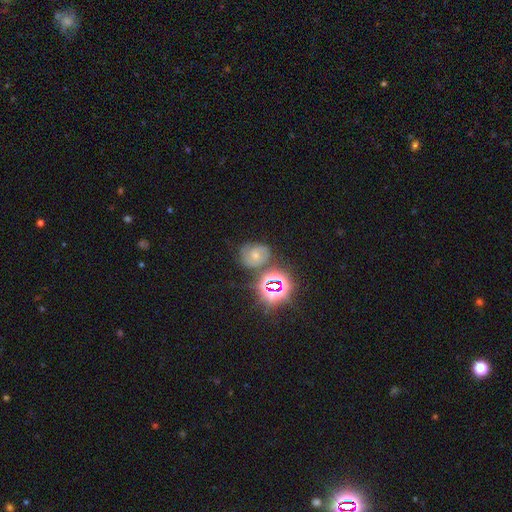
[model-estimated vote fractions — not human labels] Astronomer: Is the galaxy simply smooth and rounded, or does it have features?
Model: featured or disk — 44% (runner-up: smooth, 29%).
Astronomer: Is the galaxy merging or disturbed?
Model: none — 61%.